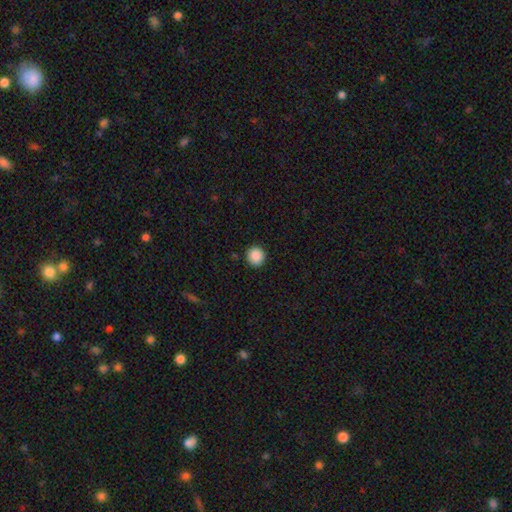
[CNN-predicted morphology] This appears to be a smooth galaxy with no disk features (89%) that is round (93%). Merging: none (91%).